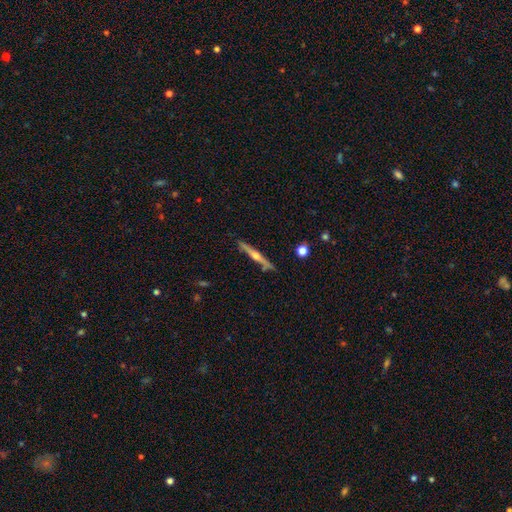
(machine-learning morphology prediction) A featured or disk galaxy (73%) viewed edge-on (97%) with a rounded central bulge (88%). Merging: none (85%).